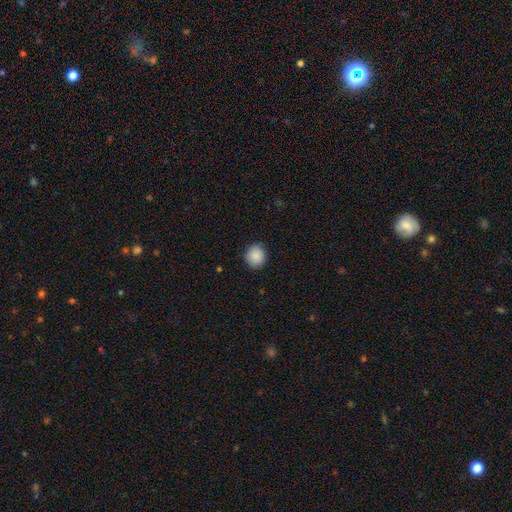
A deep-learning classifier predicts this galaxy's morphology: Smooth or featured: smooth — 89% (star or artifact — 8%)
How rounded: round — 76% (in between — 23%)
Merging: none — 88% (minor disturbance — 9%)